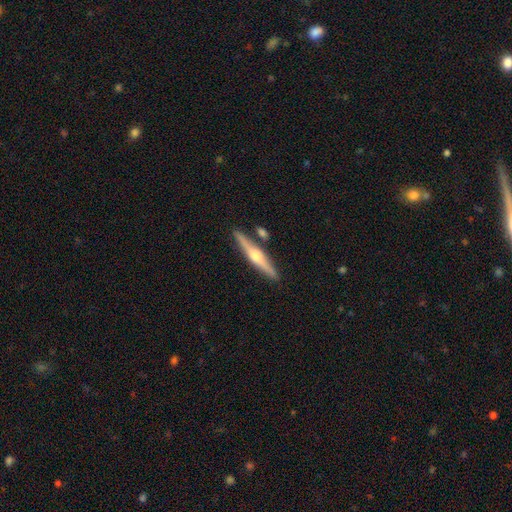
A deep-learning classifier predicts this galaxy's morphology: The model was most divided on "smooth or featured": featured or disk: 73%, smooth: 21%, star or artifact: 5%. More confident: edge-on disk — yes (98%); edge-on bulge — rounded (92%); merging — none (85%).